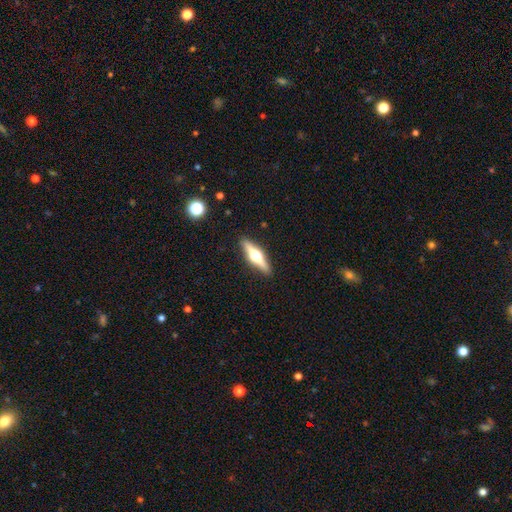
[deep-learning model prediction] This appears to be a featured or disk galaxy (69%) viewed edge-on (97%) with a rounded central bulge (96%). Merging: none (91%).